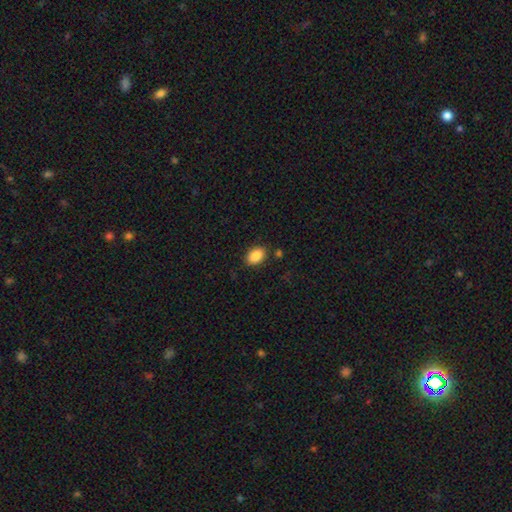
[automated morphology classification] Smooth or featured? smooth (88%)
How rounded? in between (88%)
Merging? none (86%)